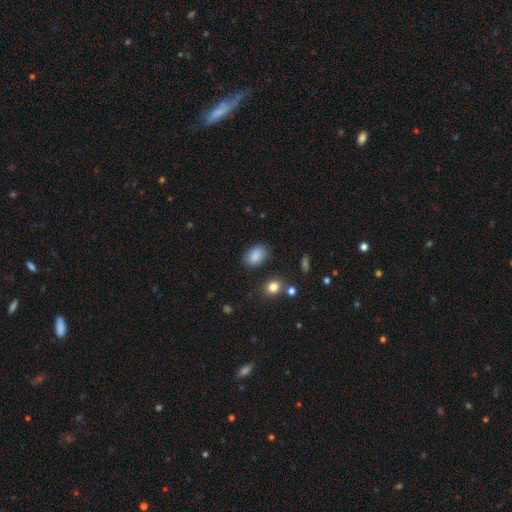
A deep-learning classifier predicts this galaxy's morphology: This is clearly a smooth galaxy (87%). How rounded: clearly in between (85%). Merging: clearly none (84%).